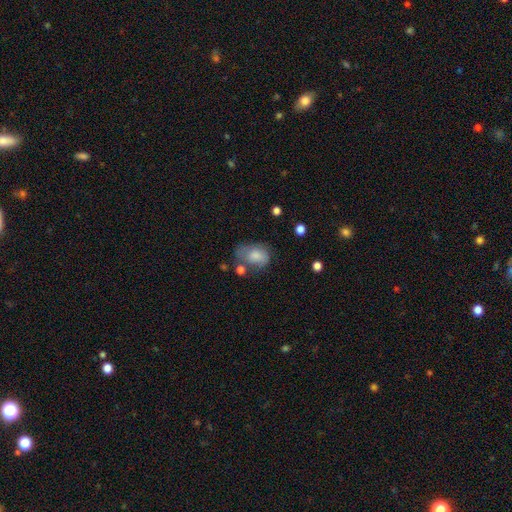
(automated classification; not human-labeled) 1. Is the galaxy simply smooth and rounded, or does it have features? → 75% smooth, 17% featured or disk, 8% star or artifact.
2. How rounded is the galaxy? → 74% in between, 24% round, 1% cigar-shaped.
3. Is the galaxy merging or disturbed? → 35% none, 31% minor disturbance, 23% major disturbance, 11% merger.